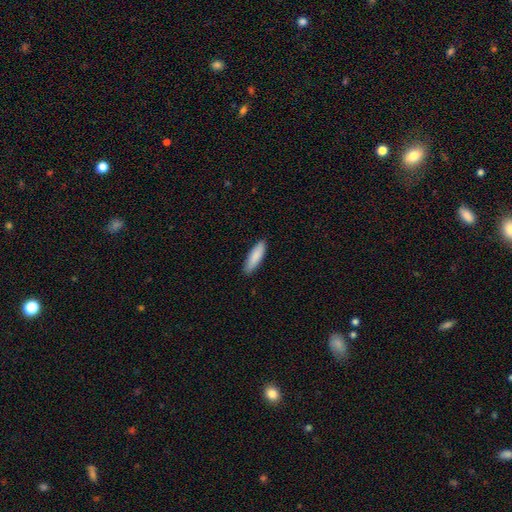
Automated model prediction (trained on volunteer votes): Smooth or featured?
  - smooth: 87% *
  - featured or disk: 8%
  - star or artifact: 5%
How rounded?
  - cigar-shaped: 58% *
  - in between: 41%
  - round: 1%
Merging?
  - none: 88% *
  - minor disturbance: 9%
  - major disturbance: 2%
  - merger: 1%